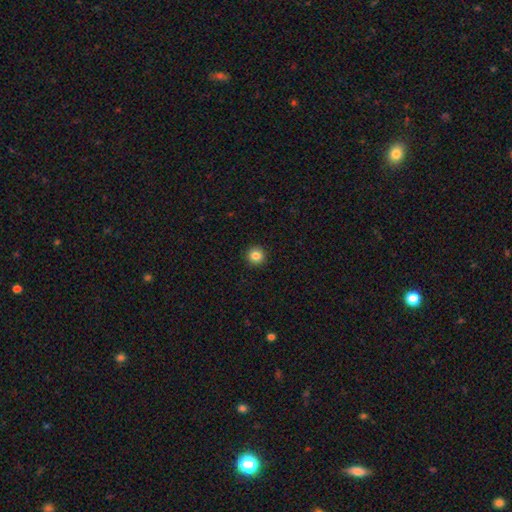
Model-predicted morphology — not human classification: smooth-or-featured: smooth: 84% | star or artifact: 11% | featured or disk: 5%
  how-rounded: round: 96% | in between: 3% | cigar-shaped: 1%
  merging: none: 94% | minor disturbance: 4% | major disturbance: 1% | merger: 1%